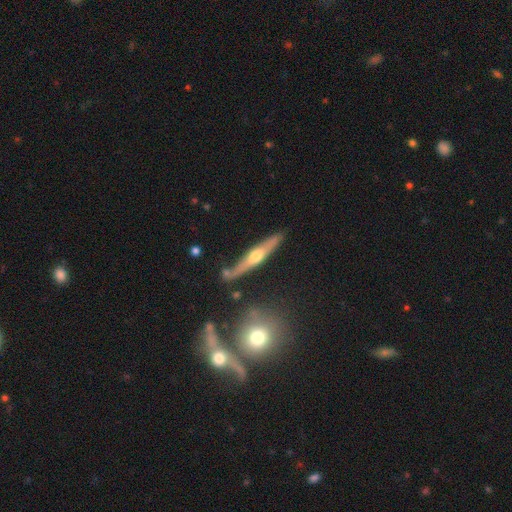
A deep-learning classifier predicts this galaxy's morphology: smooth-or-featured: featured or disk: 62% | smooth: 32% | star or artifact: 6%
  disk-edge-on: yes: 92% | no: 8%
    edge-on-bulge: rounded: 88% | none: 8% | boxy: 4%
  merging: none: 78% | minor disturbance: 13% | merger: 5% | major disturbance: 3%